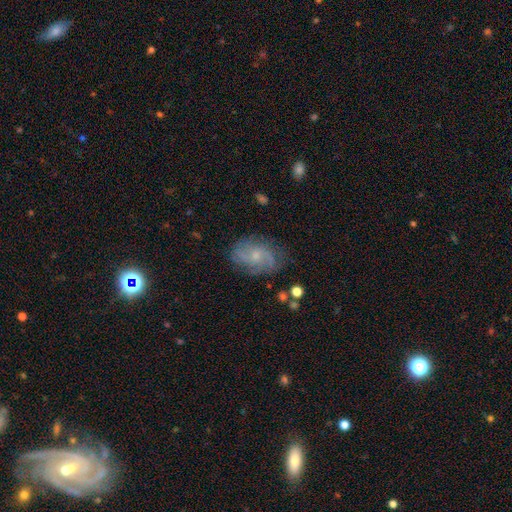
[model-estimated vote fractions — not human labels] This appears to be a featured or disk galaxy (69%) with no bar (69%), 2 (48%) medium (44%) spiral arms (89%) and a small central bulge (61%). Merging: none (72%).